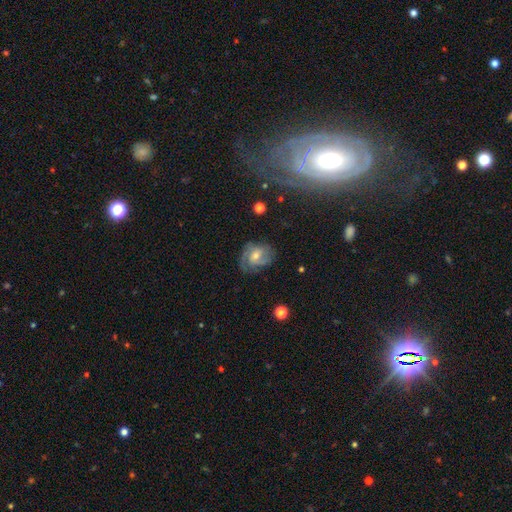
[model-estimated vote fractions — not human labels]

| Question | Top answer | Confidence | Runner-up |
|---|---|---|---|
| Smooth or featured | featured or disk | 67% | smooth (24%) |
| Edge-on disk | no | 97% | yes (3%) |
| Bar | no | 53% | weak (39%) |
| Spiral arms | yes | 88% | no (12%) |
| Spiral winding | tight | 45% | medium (41%) |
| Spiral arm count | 2 | 36% | can't tell (30%) |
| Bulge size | moderate | 55% | small (37%) |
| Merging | none | 66% | minor disturbance (22%) |